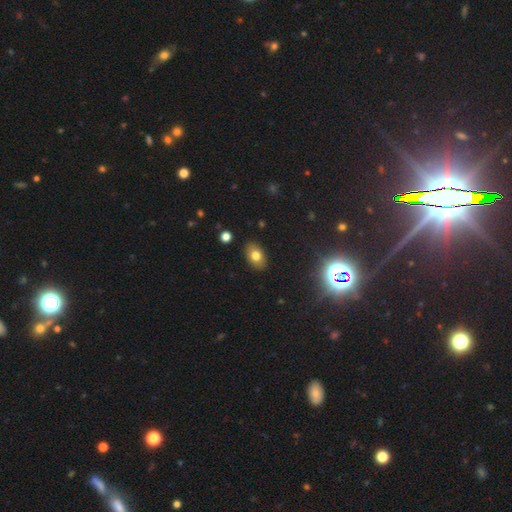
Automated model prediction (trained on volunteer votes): Smooth or featured?
  - smooth: 75% *
  - featured or disk: 13%
  - star or artifact: 12%
How rounded?
  - in between: 85% *
  - round: 14%
  - cigar-shaped: 1%
Merging?
  - none: 87% *
  - minor disturbance: 9%
  - major disturbance: 2%
  - merger: 1%